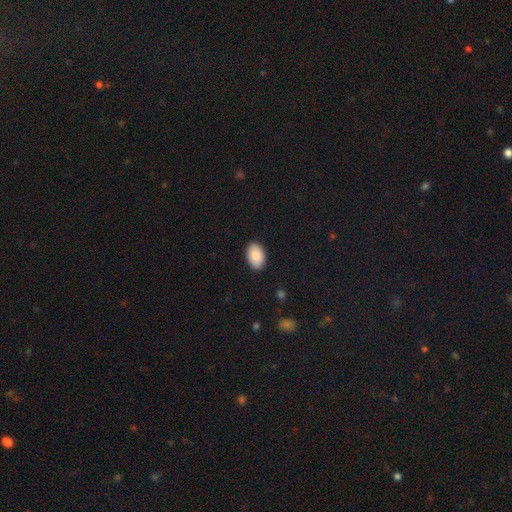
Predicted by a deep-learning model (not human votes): smooth_or_featured: smooth (p=0.91) [alt: star or artifact p=0.06]
how_rounded: in between (p=0.91) [alt: round p=0.07]
merging: none (p=0.90) [alt: minor disturbance p=0.08]